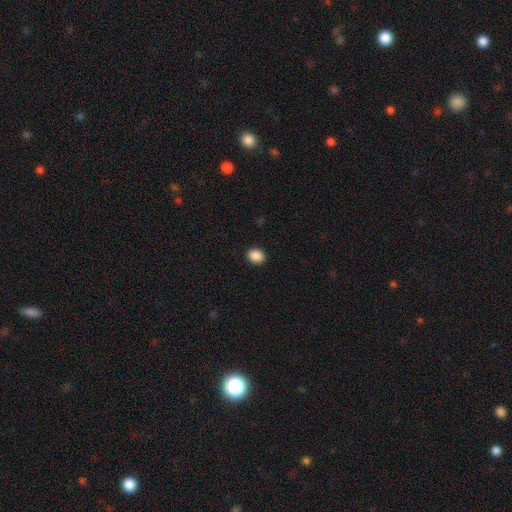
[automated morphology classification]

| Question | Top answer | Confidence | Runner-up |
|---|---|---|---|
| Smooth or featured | smooth | 89% | star or artifact (8%) |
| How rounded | round | 54% | in between (45%) |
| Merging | none | 91% | minor disturbance (6%) |